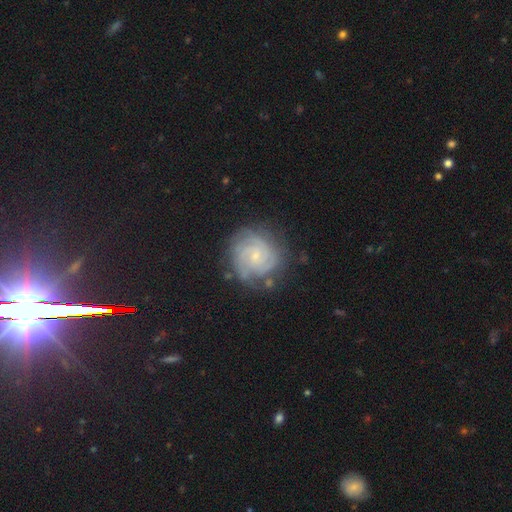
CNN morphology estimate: type=featured or disk (84%); edge-on=no (98%); bar=no (68%); spiral arms=yes (97%); winding=tight (72%); arm count=3 (28%); bulge=small (77%); merging=none (75%).